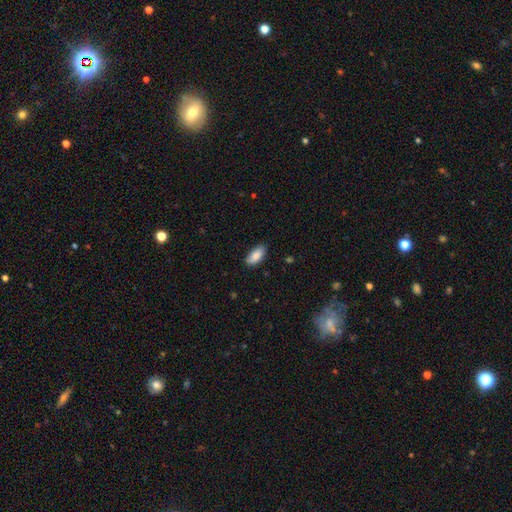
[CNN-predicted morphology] type=smooth (87%); roundness=in between (90%); merging=none (84%).